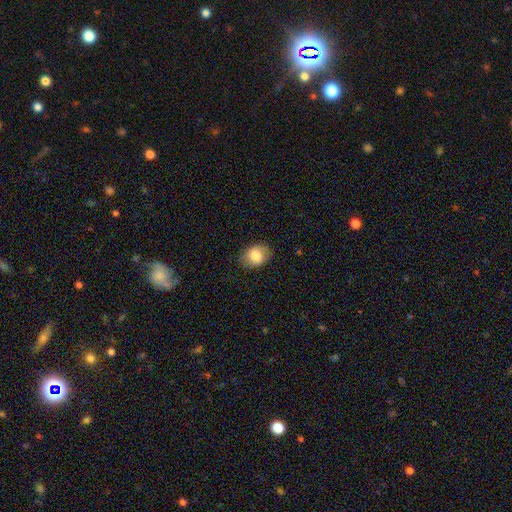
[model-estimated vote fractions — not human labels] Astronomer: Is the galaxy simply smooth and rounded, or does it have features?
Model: smooth — 81%.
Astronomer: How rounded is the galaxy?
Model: in between — 69%.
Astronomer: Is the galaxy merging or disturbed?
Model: none — 80%.